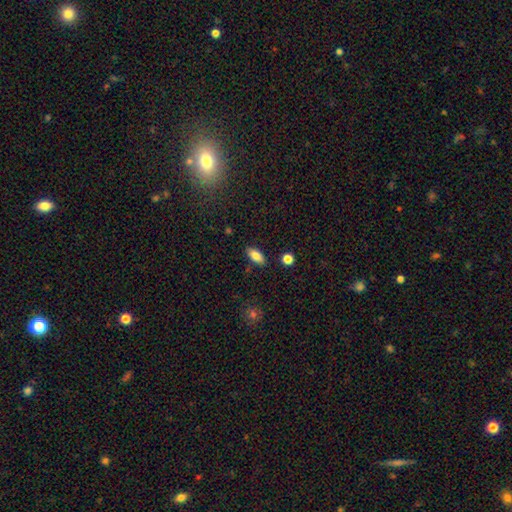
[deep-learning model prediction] smooth-or-featured: smooth: 83% | featured or disk: 10% | star or artifact: 8%
  how-rounded: in between: 88% | cigar-shaped: 9% | round: 3%
  merging: none: 86% | minor disturbance: 10% | merger: 2% | major disturbance: 2%